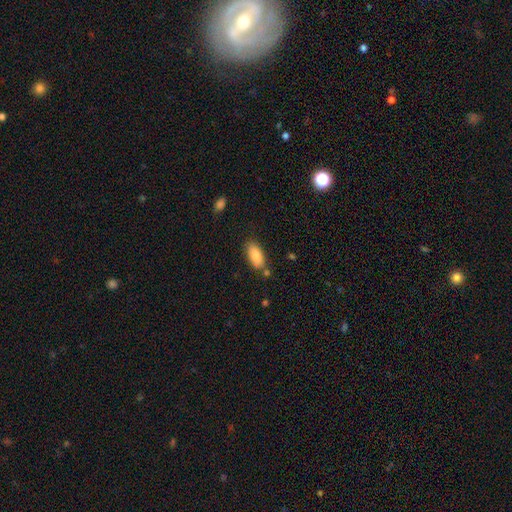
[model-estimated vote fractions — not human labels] This is clearly a smooth galaxy (86%). How rounded: clearly in between (89%). Merging: likely none (77%).